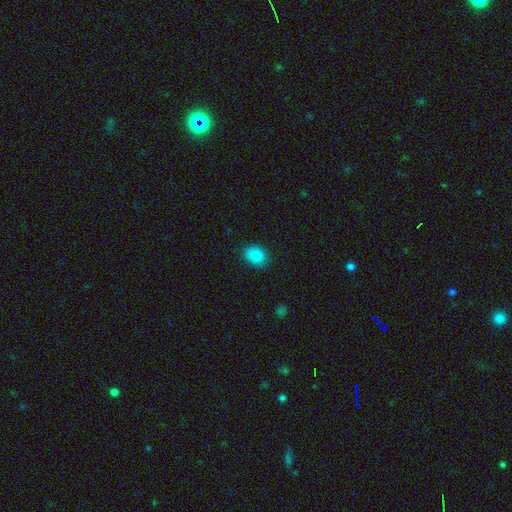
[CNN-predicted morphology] A smooth galaxy with no disk features (85%) that is in between round and cigar-shaped (59%). Merging: none (88%).